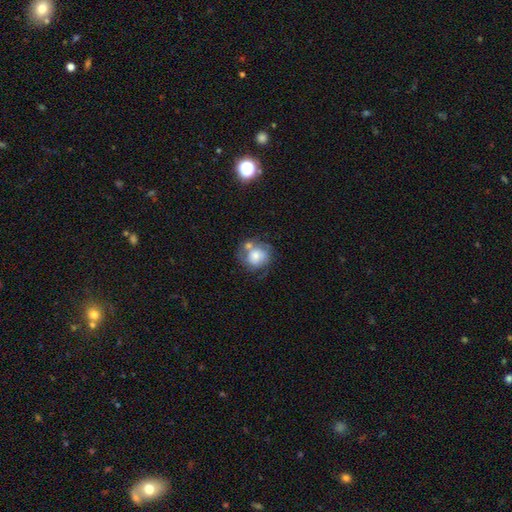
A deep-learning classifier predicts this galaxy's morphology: Smooth or featured? Predicted: smooth (p=0.53). How rounded? Predicted: round (p=0.74). Merging? Predicted: none (p=0.41).